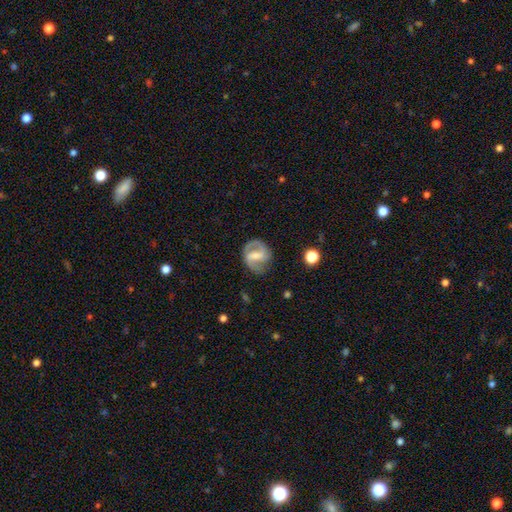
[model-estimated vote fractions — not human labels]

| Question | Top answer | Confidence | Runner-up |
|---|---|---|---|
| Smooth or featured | featured or disk | 77% | smooth (17%) |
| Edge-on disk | no | 97% | yes (3%) |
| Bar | strong | 47% | weak (40%) |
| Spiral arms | yes | 90% | no (10%) |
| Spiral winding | medium | 51% | tight (27%) |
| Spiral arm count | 2 | 85% | can't tell (6%) |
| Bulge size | small | 35% | moderate (34%) |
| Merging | none | 71% | minor disturbance (18%) |